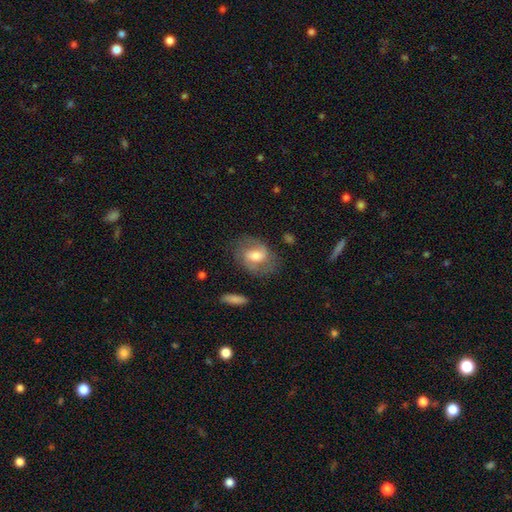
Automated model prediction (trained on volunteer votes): Smooth or featured? featured or disk (61%)
Edge-on disk? no (95%)
Bar? weak (47%)
Spiral arms? yes (83%)
Bulge size? moderate (60%)
Merging? none (70%)